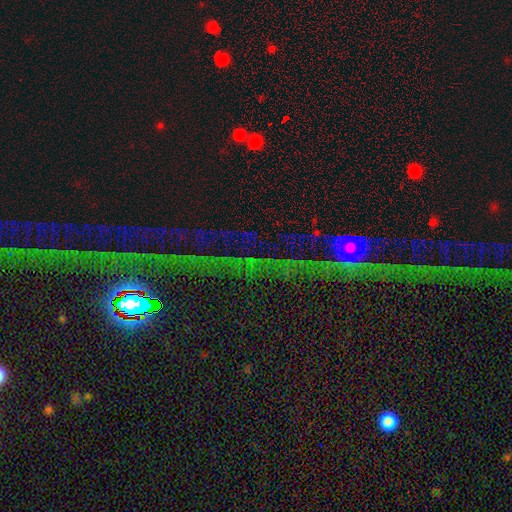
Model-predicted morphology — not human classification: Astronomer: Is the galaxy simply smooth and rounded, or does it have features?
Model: star or artifact — 77%.